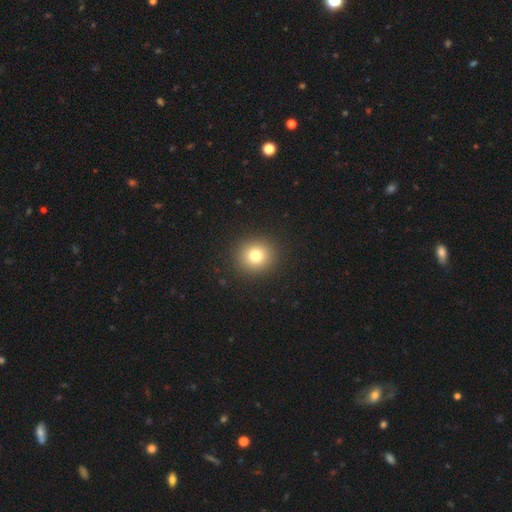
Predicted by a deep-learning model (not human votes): This is likely a smooth galaxy (80%). How rounded: clearly round (87%). Merging: clearly none (92%).